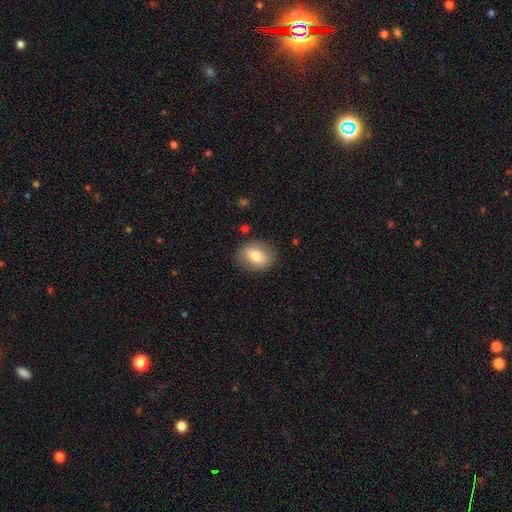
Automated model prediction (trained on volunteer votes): Morphology: type=smooth (74%); roundness=in between (59%); merging=none (82%).